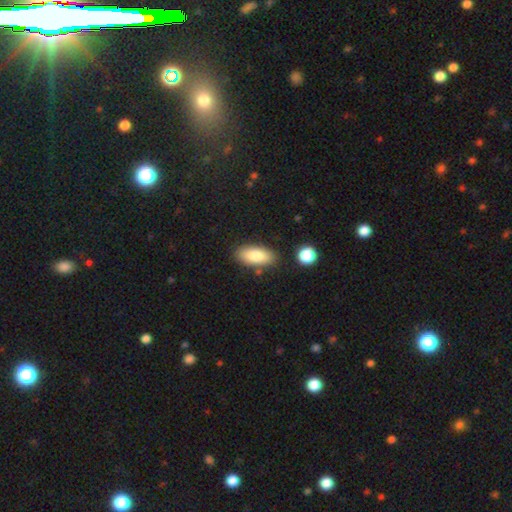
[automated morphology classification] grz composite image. It shows a smooth galaxy with no disk features (83%) that is in between round and cigar-shaped (86%). Merging: none (82%).